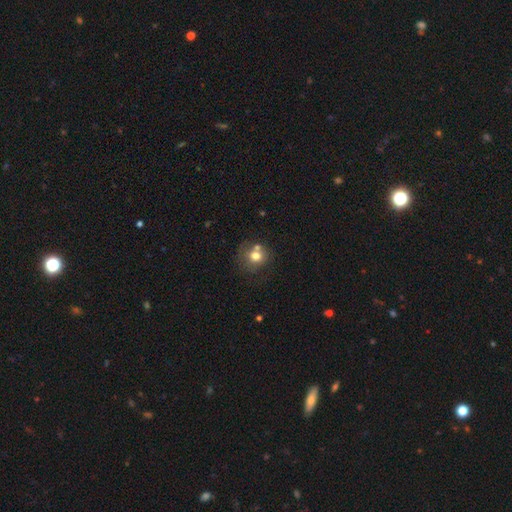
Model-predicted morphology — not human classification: This appears to be a smooth galaxy with no disk features (71%) that is round (81%). Merging: none (52%).